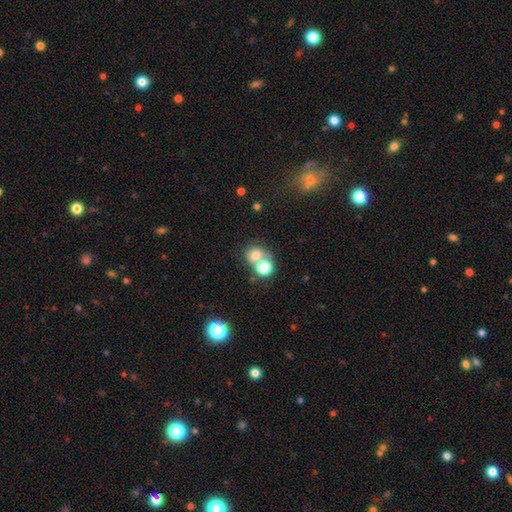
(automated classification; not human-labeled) Smooth or featured?
  - smooth: 73% *
  - featured or disk: 14%
  - star or artifact: 13%
How rounded?
  - round: 68% *
  - in between: 31%
  - cigar-shaped: 1%
Merging?
  - merger: 53% *
  - none: 34%
  - minor disturbance: 8%
  - major disturbance: 5%